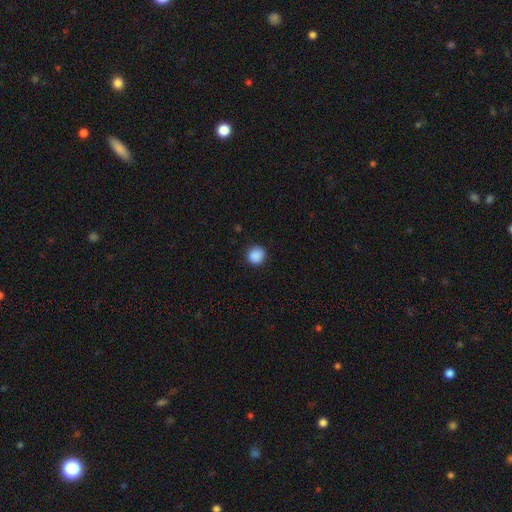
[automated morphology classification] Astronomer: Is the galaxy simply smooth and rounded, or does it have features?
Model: smooth — 89%.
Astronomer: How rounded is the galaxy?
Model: round — 93%.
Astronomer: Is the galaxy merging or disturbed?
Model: none — 91%.